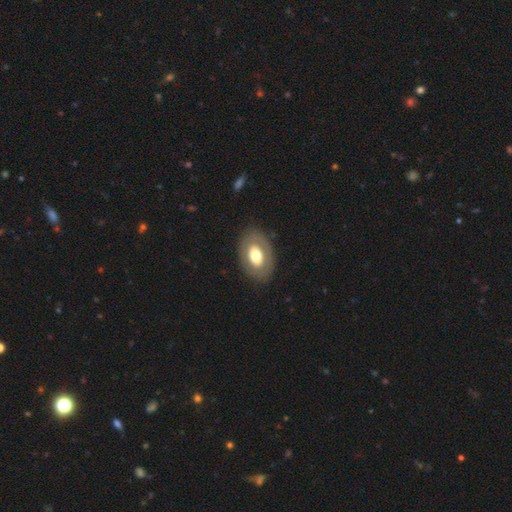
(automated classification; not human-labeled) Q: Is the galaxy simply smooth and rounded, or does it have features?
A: smooth — 52%.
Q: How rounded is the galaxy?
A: in between — 83%.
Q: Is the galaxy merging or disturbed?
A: none — 84%.